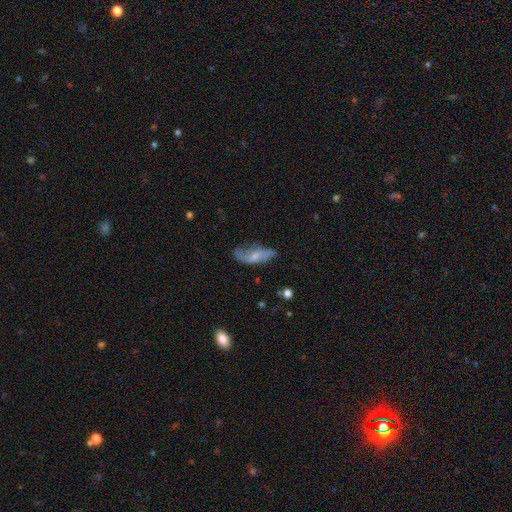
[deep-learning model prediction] This is possibly a featured or disk galaxy (54%). It is clearly not viewed edge-on (86%). Merging: possibly none (51%).